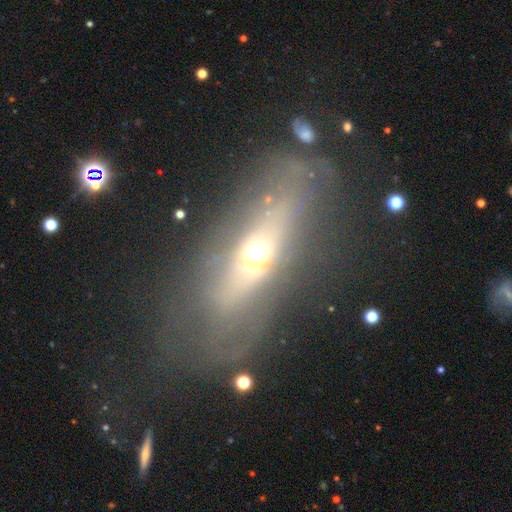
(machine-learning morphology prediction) Smooth or featured? Predicted: featured or disk (p=0.59). Edge-on disk? Predicted: no (p=0.56). Merging? Predicted: none (p=0.55).